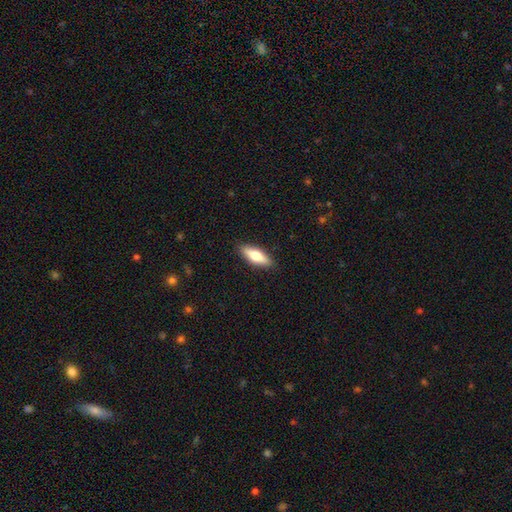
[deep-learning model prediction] smooth_or_featured: smooth (p=0.65) [alt: featured or disk p=0.29]
how_rounded: in between (p=0.58) [alt: cigar-shaped p=0.40]
merging: none (p=0.89) [alt: minor disturbance p=0.08]